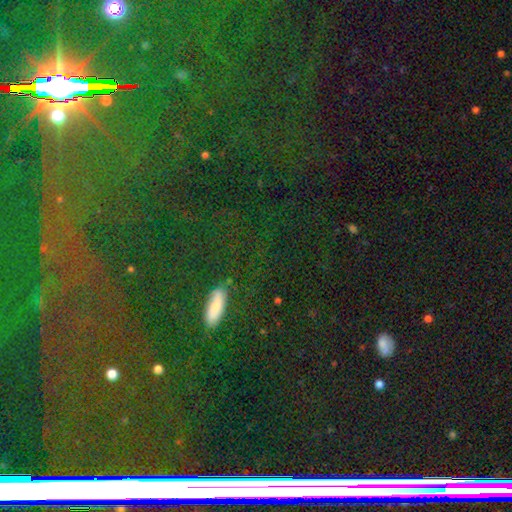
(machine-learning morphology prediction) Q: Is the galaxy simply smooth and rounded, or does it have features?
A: star or artifact — 67%.